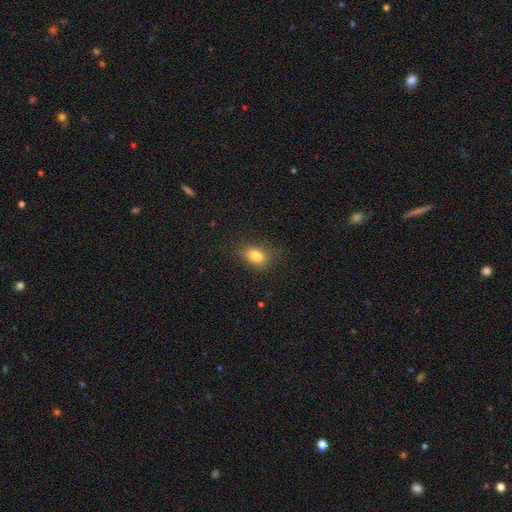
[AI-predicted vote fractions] Smooth or featured? smooth (82%)
How rounded? in between (76%)
Merging? none (77%)